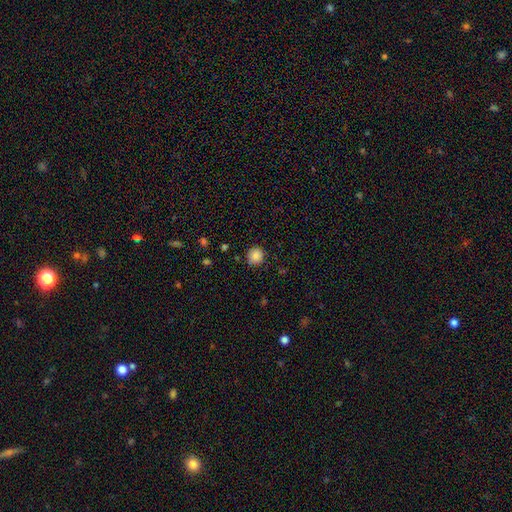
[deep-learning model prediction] Smooth or featured: smooth — 85% (star or artifact — 10%)
How rounded: round — 93% (in between — 6%)
Merging: none — 87% (minor disturbance — 10%)